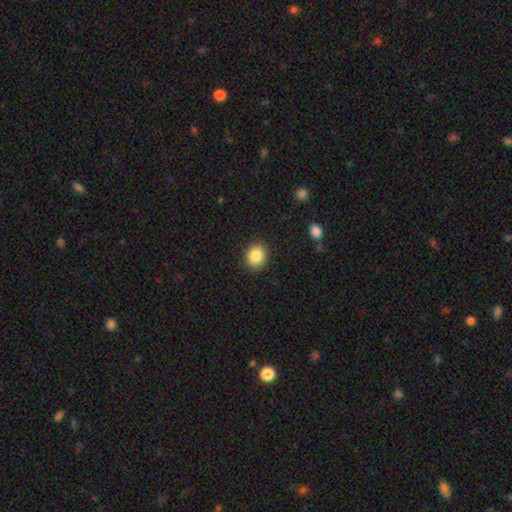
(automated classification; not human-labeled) Q: Smooth or featured?
A: smooth (85%); runner-up: star or artifact (9%)
Q: How rounded?
A: round (66%); runner-up: in between (33%)
Q: Merging?
A: none (89%); runner-up: minor disturbance (8%)